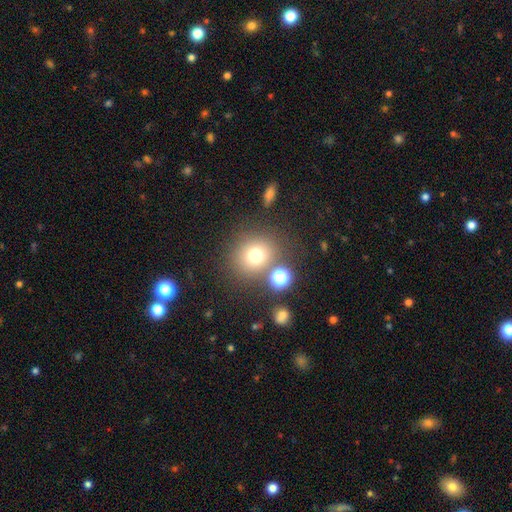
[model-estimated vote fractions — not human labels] Smooth or featured? smooth (73%)
How rounded? round (83%)
Merging? none (74%)